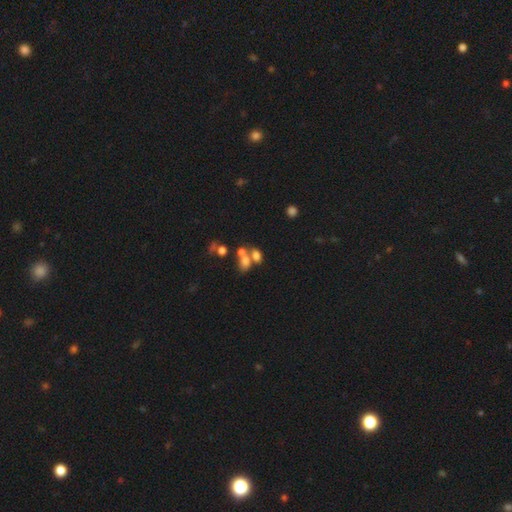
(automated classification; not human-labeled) The model was most divided on "merging": merger: 52%, none: 31%, minor disturbance: 10%, major disturbance: 7%. More confident: how rounded — in between (77%); smooth or featured — smooth (68%).